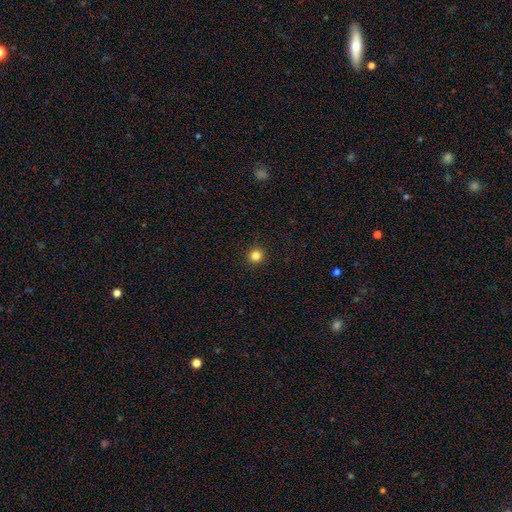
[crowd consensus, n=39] smooth-or-featured: smooth: 87% | star or artifact: 10% | featured or disk: 3%
  how-rounded: round: 94% | in between: 6% | cigar-shaped: 0%
  merging: none: 91% | minor disturbance: 6% | merger: 3% | major disturbance: 0%